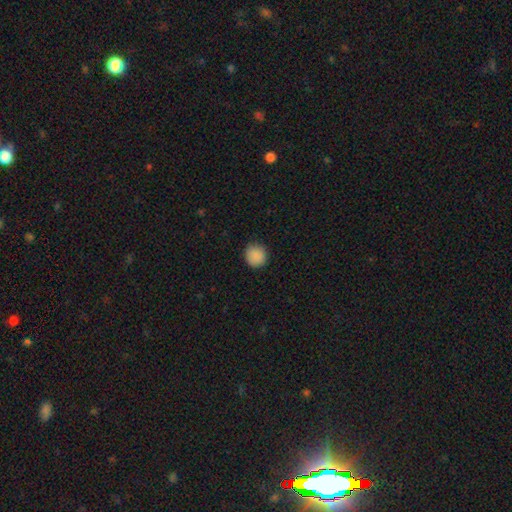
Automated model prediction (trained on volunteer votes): Smooth or featured: smooth — 88% (star or artifact — 9%)
How rounded: round — 93% (in between — 6%)
Merging: none — 89% (minor disturbance — 8%)